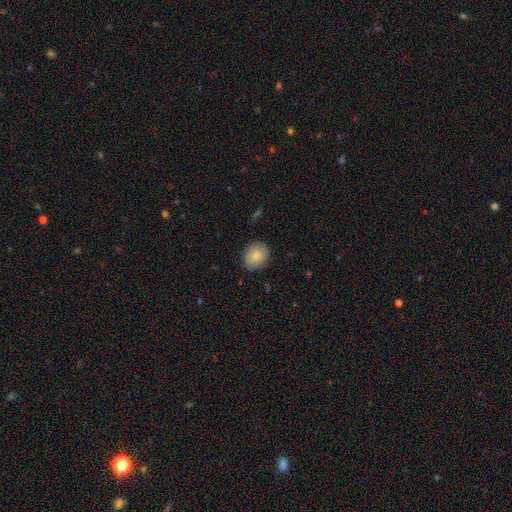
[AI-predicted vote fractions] smooth_or_featured: smooth (p=0.84) [alt: featured or disk p=0.09]
how_rounded: round (p=0.57) [alt: in between p=0.42]
merging: none (p=0.83) [alt: minor disturbance p=0.14]